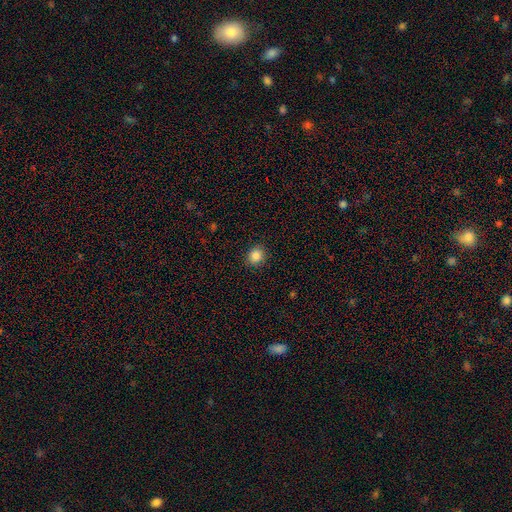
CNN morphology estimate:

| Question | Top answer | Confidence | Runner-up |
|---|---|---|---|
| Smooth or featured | smooth | 86% | star or artifact (10%) |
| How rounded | round | 72% | in between (27%) |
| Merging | none | 88% | minor disturbance (8%) |